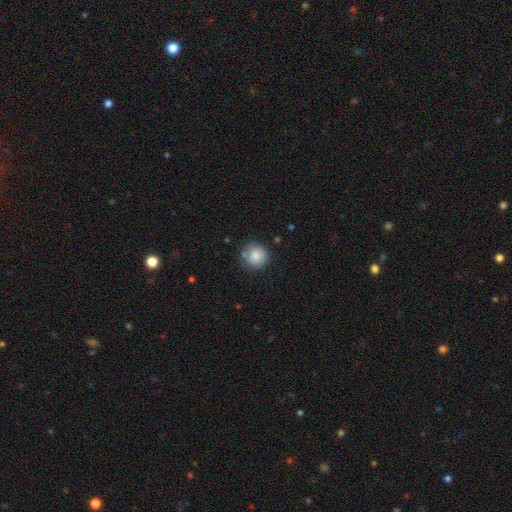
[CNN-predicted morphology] Overall: smooth (81%). How rounded: round (94%). Merging: none (78%).